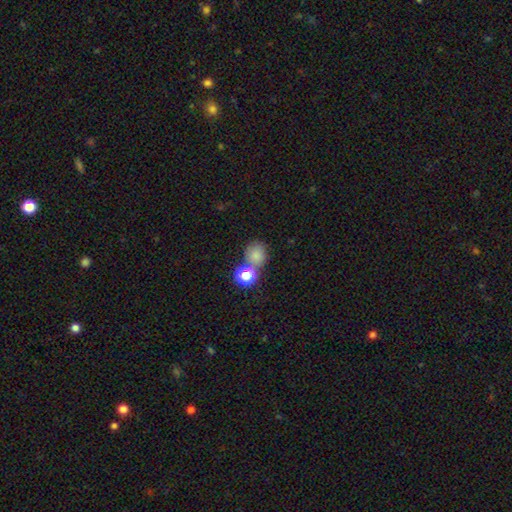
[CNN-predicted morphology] Smooth or featured: smooth — 75% (star or artifact — 17%)
How rounded: round — 74% (in between — 25%)
Merging: none — 59% (merger — 26%)